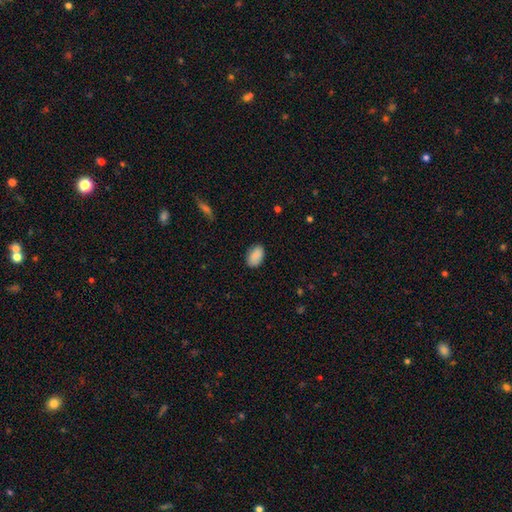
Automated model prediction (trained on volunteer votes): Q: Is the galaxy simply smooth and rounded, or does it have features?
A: smooth — 89%.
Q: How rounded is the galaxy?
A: in between — 90%.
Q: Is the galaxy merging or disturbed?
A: none — 84%.